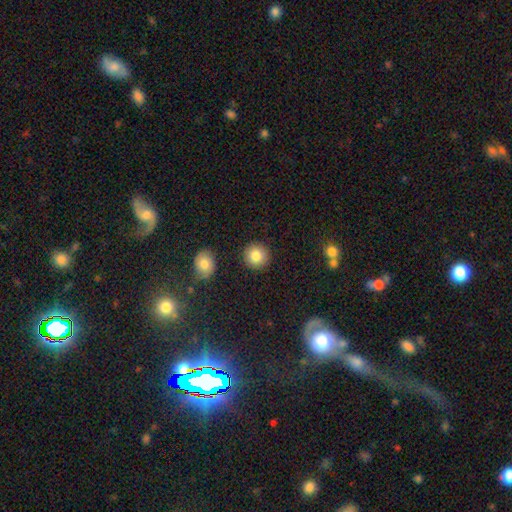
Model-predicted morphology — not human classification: smooth 84%, star or artifact 9%, featured or disk 7%. Down the decision tree: how rounded — round (93%); merging — none (90%).